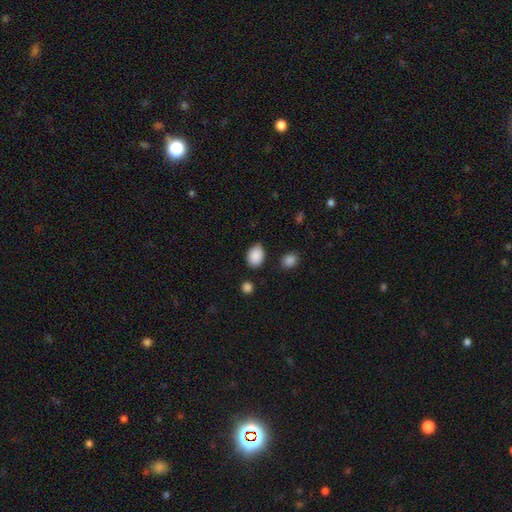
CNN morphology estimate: A smooth galaxy with no disk features (89%) that is in between round and cigar-shaped (76%).

Vote fractions:
- Smooth or featured? smooth: 89% / star or artifact: 7% / featured or disk: 3%
- How rounded? in between: 76% / round: 23% / cigar-shaped: 1%
- Merging? none: 79% / minor disturbance: 15% / major disturbance: 3% / merger: 3%